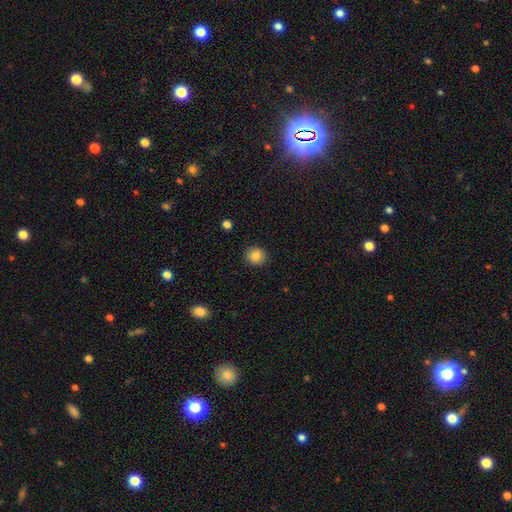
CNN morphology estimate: Smooth or featured?
  - smooth: 84% *
  - star or artifact: 9%
  - featured or disk: 6%
How rounded?
  - round: 89% *
  - in between: 10%
  - cigar-shaped: 1%
Merging?
  - none: 91% *
  - minor disturbance: 6%
  - major disturbance: 2%
  - merger: 1%